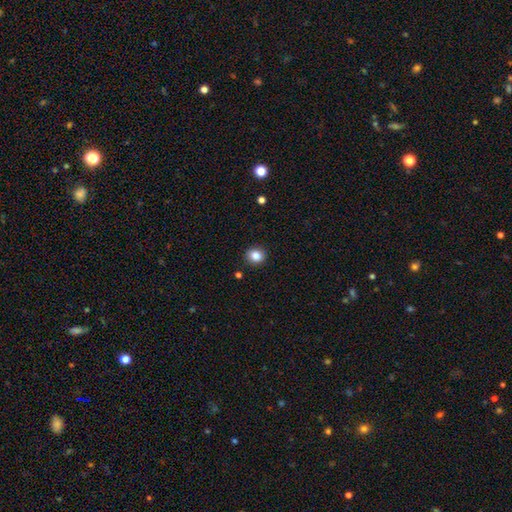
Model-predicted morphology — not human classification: smooth 85%, star or artifact 10%, featured or disk 5%. Down the decision tree: how rounded — round (75%); merging — none (89%).